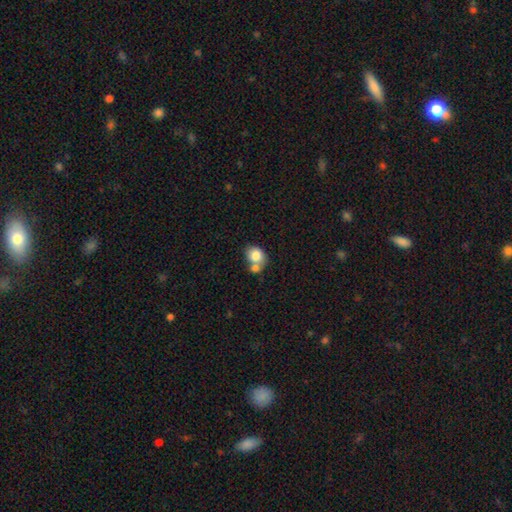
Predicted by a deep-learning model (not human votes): Smooth or featured? smooth (80%)
How rounded? round (54%)
Merging? merger (50%)